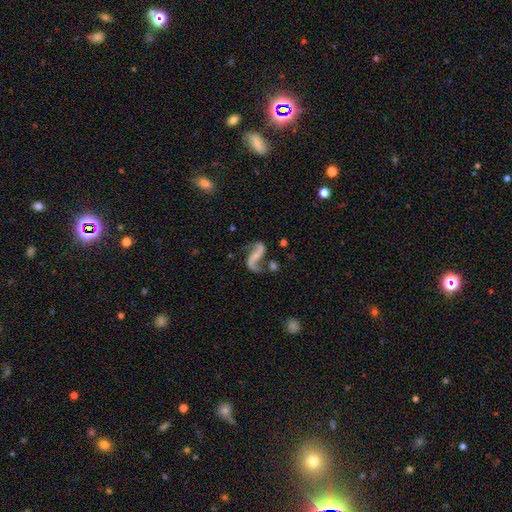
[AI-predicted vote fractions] Morphology: type=featured or disk (88%); edge-on=no (97%); bar=no (43%); spiral arms=yes (95%); winding=loose (83%); arm count=2 (91%); bulge=small (43%); merging=none (59%).